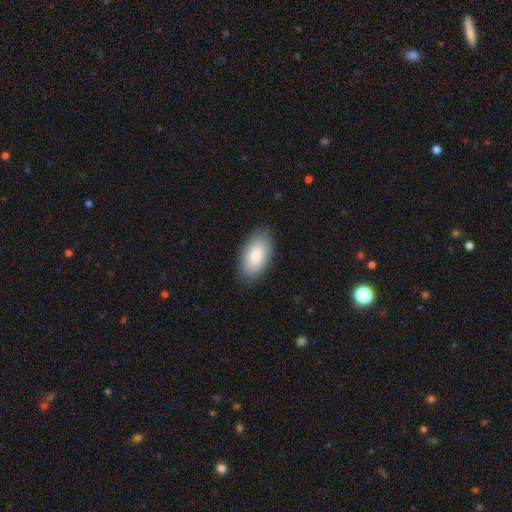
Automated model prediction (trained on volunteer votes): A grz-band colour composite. It shows a smooth galaxy with no disk features (85%) that is in between round and cigar-shaped (95%). Merging: none (86%).